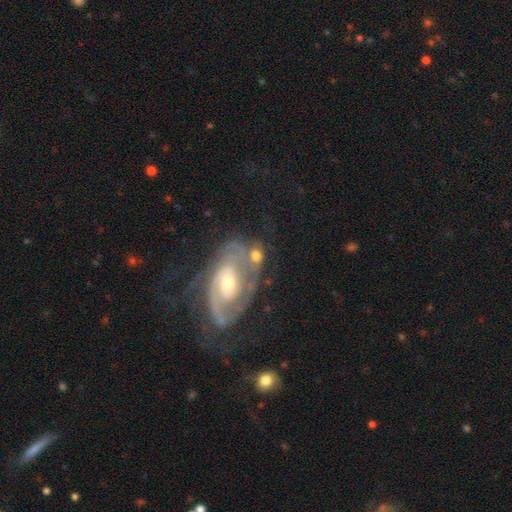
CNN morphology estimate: smooth-or-featured: featured or disk: 56% | smooth: 35% | star or artifact: 9%
  disk-edge-on: no: 95% | yes: 5%
    bar: no: 61% | weak: 29% | strong: 10%
    has-spiral-arms: yes: 77% | no: 23%
    bulge-size: moderate: 52% | small: 35% | large: 9% | none: 2% | dominant: 2%
  merging: none: 36% (tied) | merger: 36% (tied) | minor disturbance: 16% | major disturbance: 12%